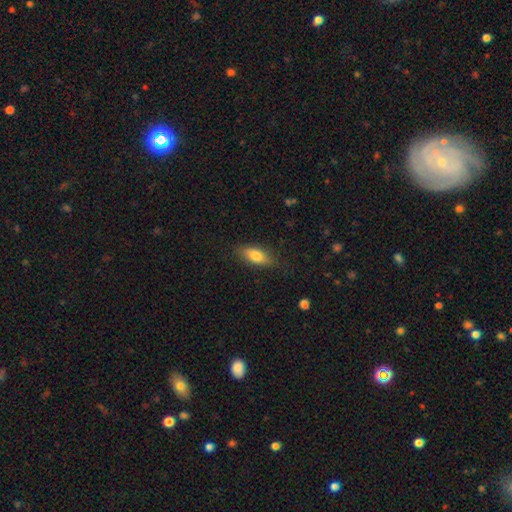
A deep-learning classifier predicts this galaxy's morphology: smooth 77%, featured or disk 16%, star or artifact 7%. Down the decision tree: how rounded — in between (78%); merging — none (81%).